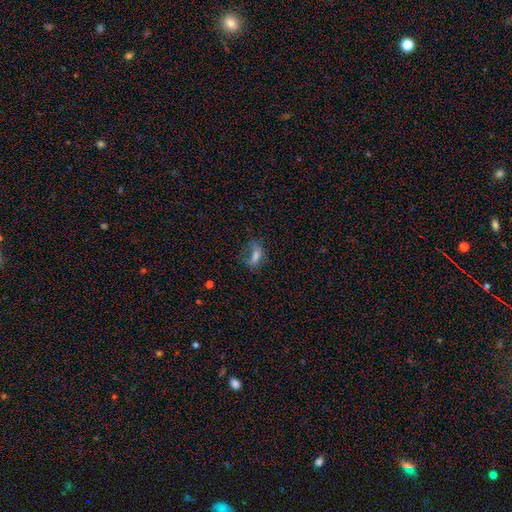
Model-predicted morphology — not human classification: The model was most divided on "merging": none: 44%, major disturbance: 27%, minor disturbance: 25%, merger: 4%. More confident: how rounded — in between (75%); smooth or featured — smooth (57%).